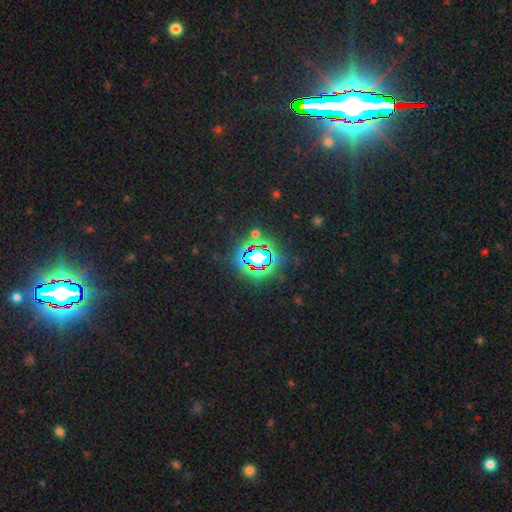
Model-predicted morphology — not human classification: The model was most divided on "smooth or featured": star or artifact: 85%, smooth: 8%, featured or disk: 7%.